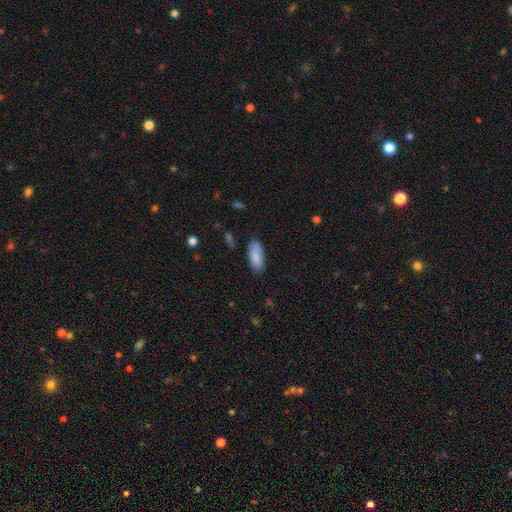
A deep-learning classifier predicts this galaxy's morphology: A smooth galaxy with no disk features (86%) that is in between round and cigar-shaped (79%). Merging: none (79%).